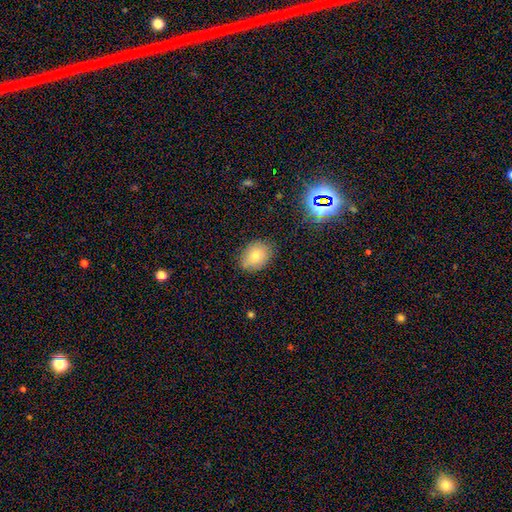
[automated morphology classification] Overall: smooth (69%). How rounded: in between (64%; round 35%). Merging: none (80%).